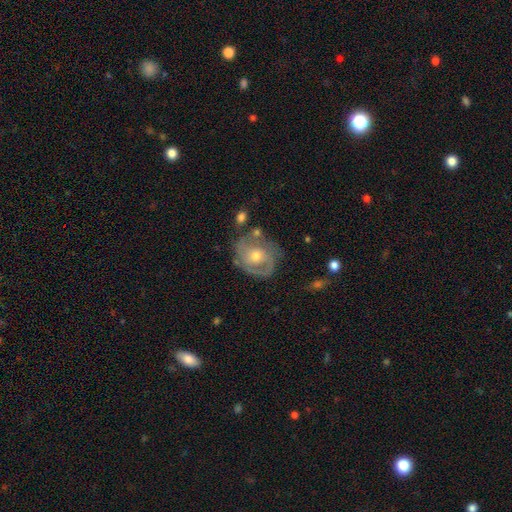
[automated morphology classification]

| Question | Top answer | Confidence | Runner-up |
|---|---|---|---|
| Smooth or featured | featured or disk | 74% | smooth (19%) |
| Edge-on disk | no | 97% | yes (3%) |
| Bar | no | 68% | weak (26%) |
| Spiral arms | yes | 82% | no (18%) |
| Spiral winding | tight | 49% | medium (38%) |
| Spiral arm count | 2 | 47% | can't tell (27%) |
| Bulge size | moderate | 59% | small (36%) |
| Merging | none | 63% | minor disturbance (21%) |